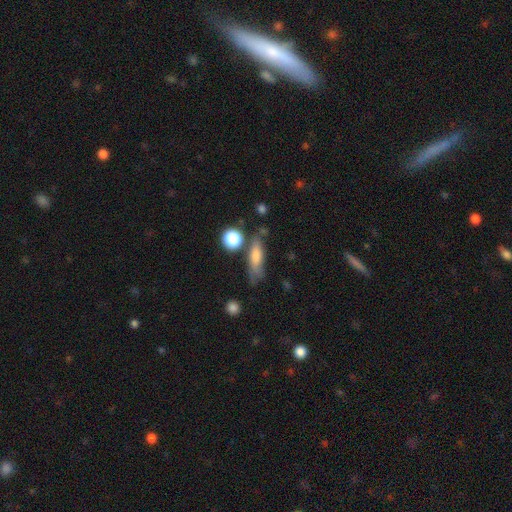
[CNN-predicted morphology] Smooth or featured? smooth (62%)
How rounded? cigar-shaped (54%)
Merging? none (63%)